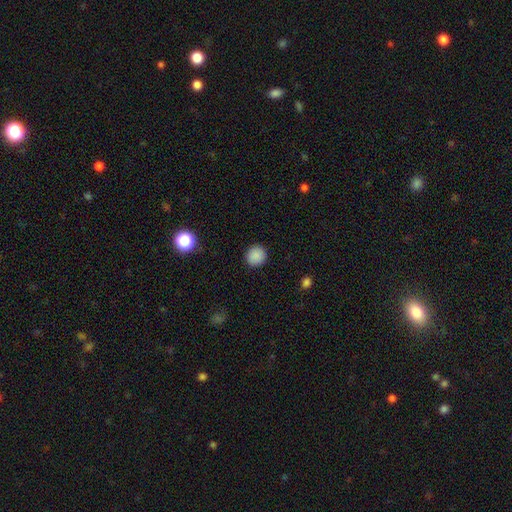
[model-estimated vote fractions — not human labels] Overall: smooth (88%). How rounded: round (88%). Merging: none (91%).